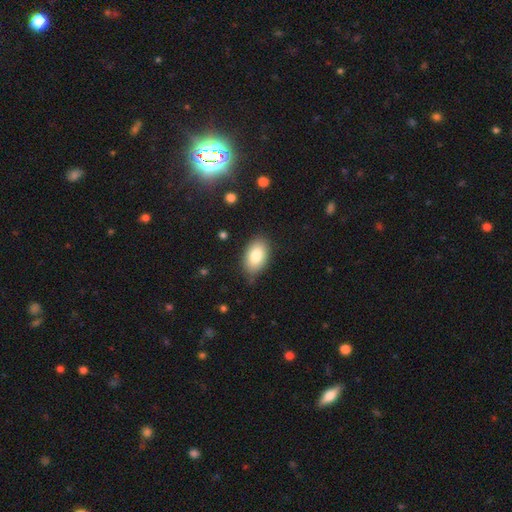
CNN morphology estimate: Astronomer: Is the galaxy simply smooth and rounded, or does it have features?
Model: smooth — 83%.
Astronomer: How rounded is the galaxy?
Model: in between — 93%.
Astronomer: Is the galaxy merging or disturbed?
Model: none — 82%.